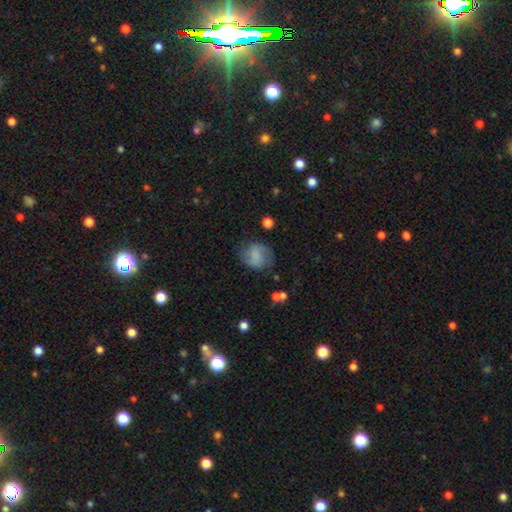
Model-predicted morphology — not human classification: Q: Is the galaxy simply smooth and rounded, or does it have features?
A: smooth — 54%.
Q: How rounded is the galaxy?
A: round — 60%.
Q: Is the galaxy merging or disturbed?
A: none — 67%.